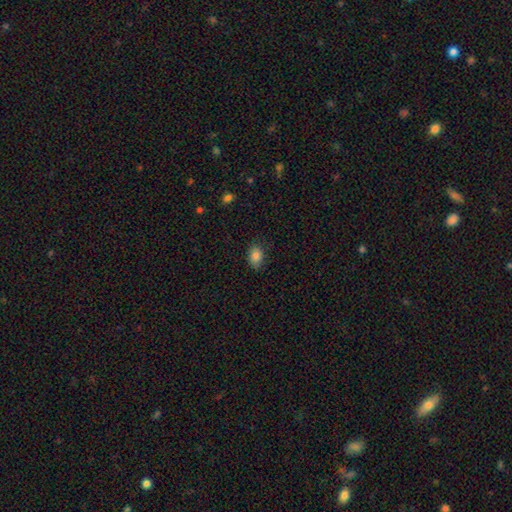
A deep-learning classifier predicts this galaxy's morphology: A smooth galaxy with no disk features (85%) that is in between round and cigar-shaped (77%).

Vote fractions:
- Smooth or featured? smooth: 85% / star or artifact: 10% / featured or disk: 5%
- How rounded? in between: 77% / round: 22% / cigar-shaped: 1%
- Merging? none: 81% / minor disturbance: 15% / major disturbance: 3% / merger: 1%